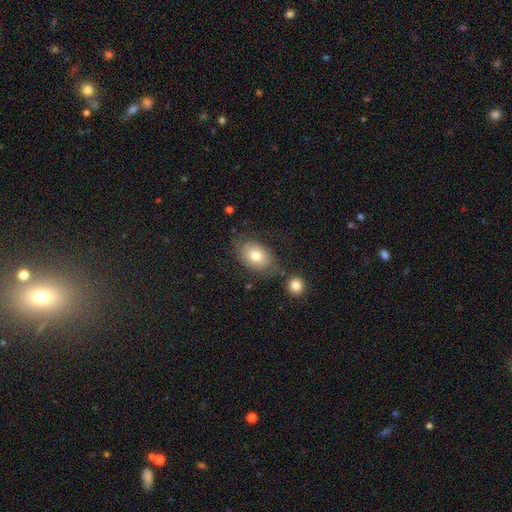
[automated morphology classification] A smooth galaxy with no disk features (76%) that is in between round and cigar-shaped (82%). Merging: none (69%).